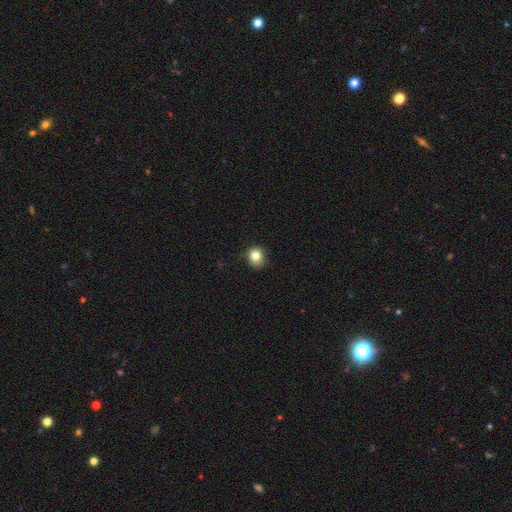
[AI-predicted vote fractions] Smooth or featured? smooth (82%)
How rounded? round (83%)
Merging? none (80%)